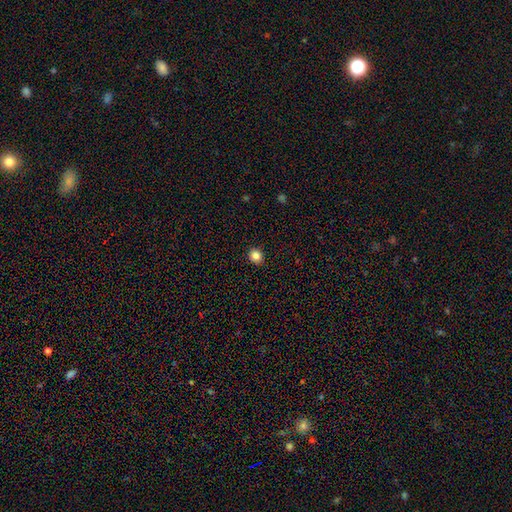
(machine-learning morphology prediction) This is clearly a smooth galaxy (84%). How rounded: clearly round (84%). Merging: clearly none (92%).